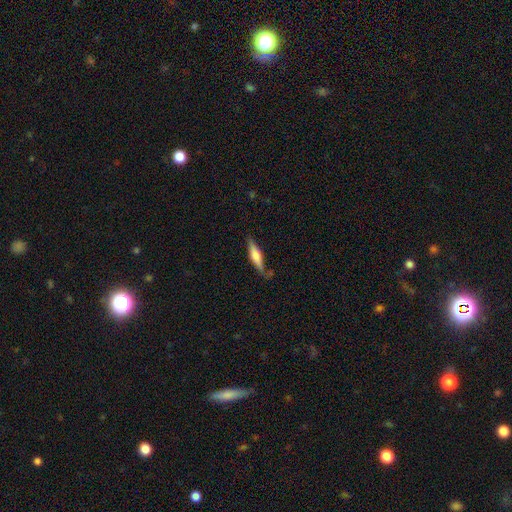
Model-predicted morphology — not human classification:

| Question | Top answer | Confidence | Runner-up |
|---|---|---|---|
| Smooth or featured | smooth | 56% | featured or disk (38%) |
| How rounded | cigar-shaped | 77% | in between (21%) |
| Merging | none | 71% | minor disturbance (21%) |